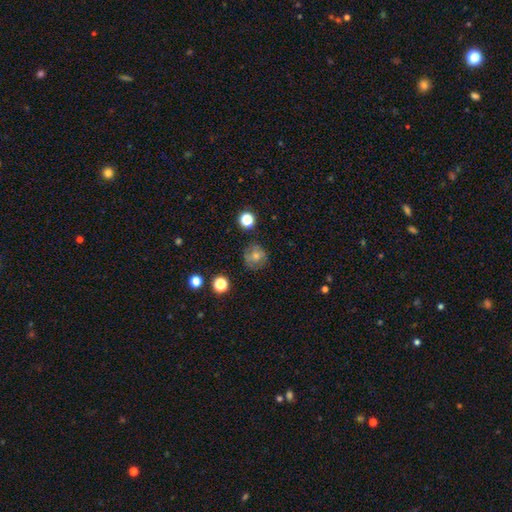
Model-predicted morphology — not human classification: smooth 56%, featured or disk 27%, star or artifact 18%. Down the decision tree: how rounded — round (88%); merging — none (77%).